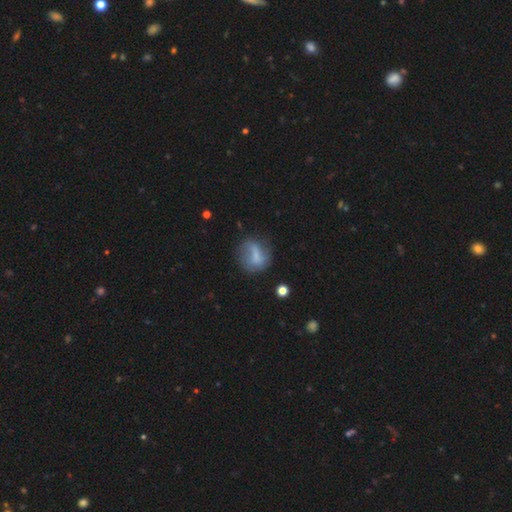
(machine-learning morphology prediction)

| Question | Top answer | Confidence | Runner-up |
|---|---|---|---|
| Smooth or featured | smooth | 58% | featured or disk (32%) |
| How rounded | round | 65% | in between (33%) |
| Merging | none | 52% | minor disturbance (26%) |